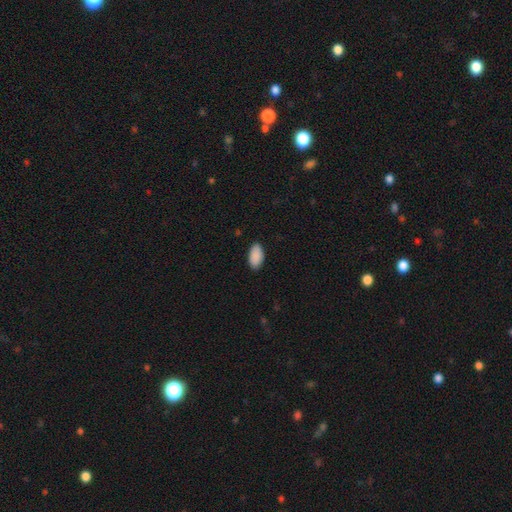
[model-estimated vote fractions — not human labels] Smooth or featured?
  - smooth: 91% *
  - star or artifact: 6%
  - featured or disk: 3%
How rounded?
  - in between: 95% *
  - round: 2%
  - cigar-shaped: 2%
Merging?
  - none: 88% *
  - minor disturbance: 9%
  - major disturbance: 2%
  - merger: 1%